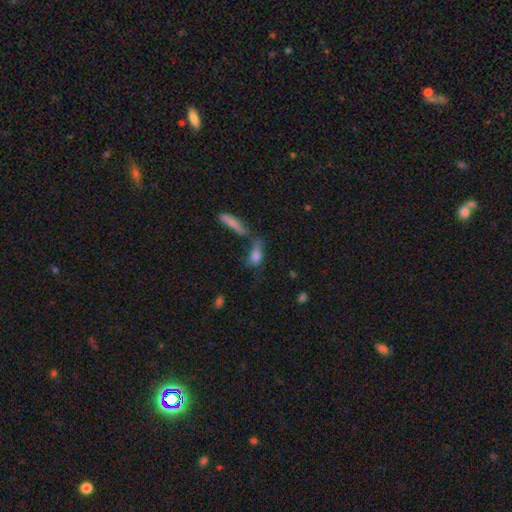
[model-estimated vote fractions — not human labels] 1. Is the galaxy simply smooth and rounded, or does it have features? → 70% smooth, 20% featured or disk, 11% star or artifact.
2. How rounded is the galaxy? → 63% in between, 30% cigar-shaped, 7% round.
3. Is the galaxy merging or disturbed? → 36% none, 30% merger, 19% minor disturbance, 16% major disturbance.